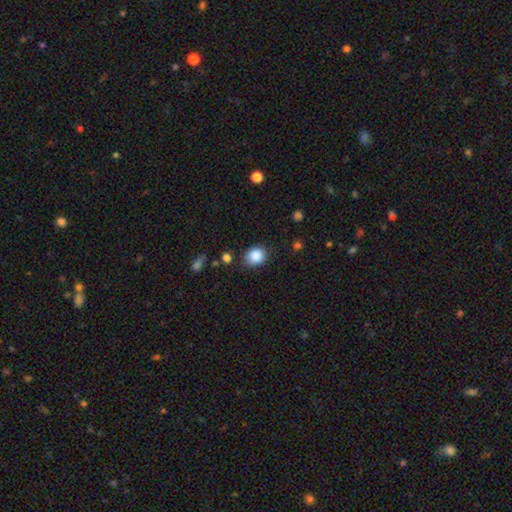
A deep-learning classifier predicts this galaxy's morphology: smooth_or_featured: smooth (p=0.87) [alt: star or artifact p=0.09]
how_rounded: round (p=0.66) [alt: in between p=0.33]
merging: none (p=0.78) [alt: minor disturbance p=0.15]